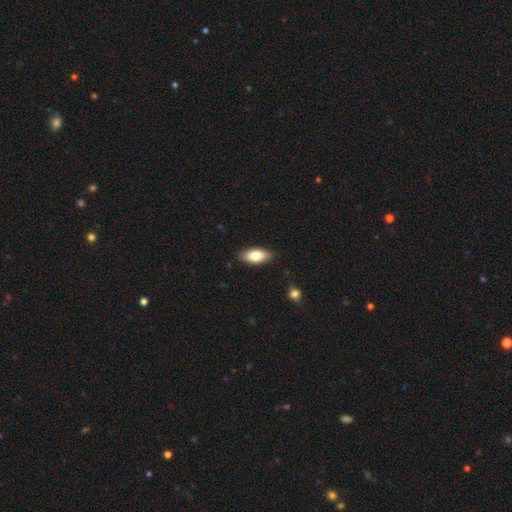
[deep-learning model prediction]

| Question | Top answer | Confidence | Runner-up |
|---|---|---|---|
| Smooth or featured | smooth | 80% | featured or disk (13%) |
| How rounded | in between | 88% | cigar-shaped (9%) |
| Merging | none | 87% | minor disturbance (10%) |